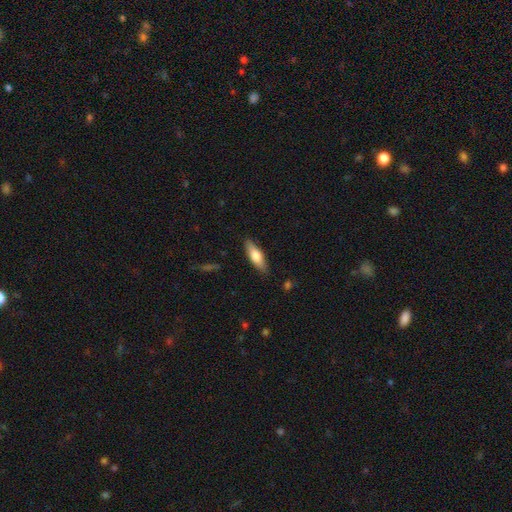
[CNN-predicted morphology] Smooth or featured? smooth (67%)
How rounded? in between (53%)
Merging? none (86%)